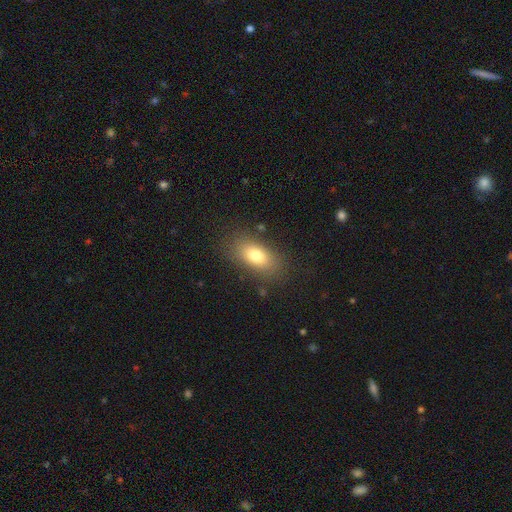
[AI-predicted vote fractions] Morphology: type=smooth (77%); roundness=in between (86%); merging=none (82%).